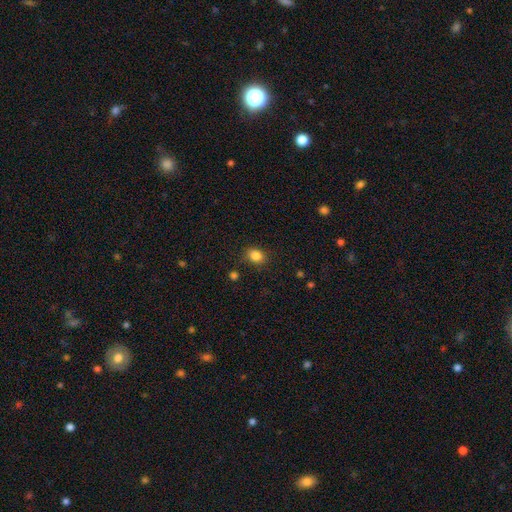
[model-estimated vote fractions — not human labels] This is clearly a smooth galaxy (84%). How rounded: possibly in between (52%). Merging: clearly none (83%).